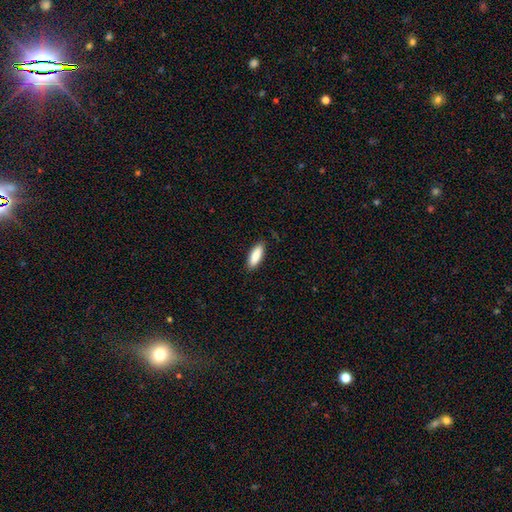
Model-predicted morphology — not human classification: Smooth or featured?
  - smooth: 88% *
  - featured or disk: 6%
  - star or artifact: 6%
How rounded?
  - in between: 70% *
  - cigar-shaped: 28%
  - round: 2%
Merging?
  - none: 86% *
  - minor disturbance: 11%
  - major disturbance: 2%
  - merger: 1%